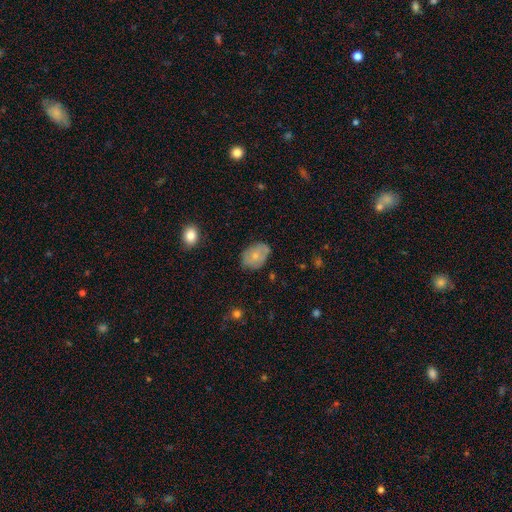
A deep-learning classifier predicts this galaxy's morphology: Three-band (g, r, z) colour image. It shows a smooth galaxy with no disk features (67%) that is in between round and cigar-shaped (76%). Merging: none (68%).